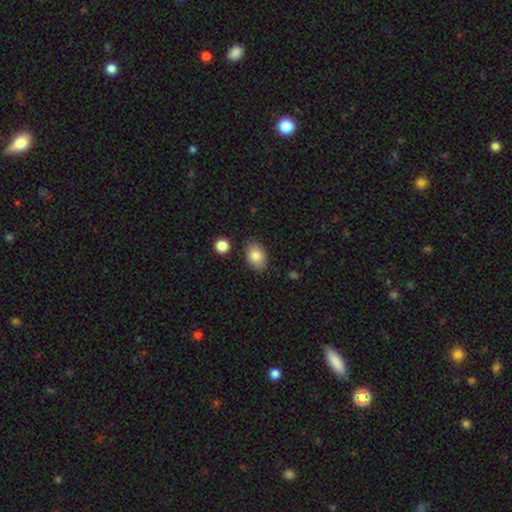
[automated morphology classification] This appears to be a smooth galaxy with no disk features (84%) that is in between round and cigar-shaped (82%). Merging: none (83%).